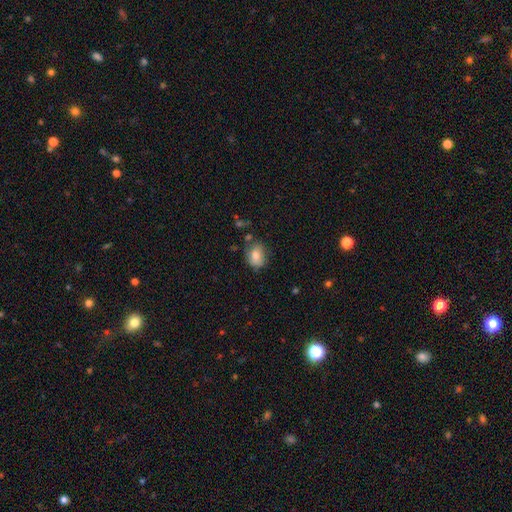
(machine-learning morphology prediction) smooth 77%, featured or disk 15%, star or artifact 9%. Down the decision tree: how rounded — in between (56%); merging — none (66%).